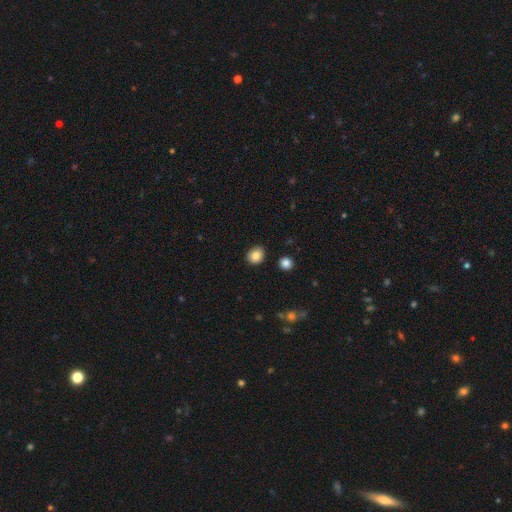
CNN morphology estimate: The model was most divided on "how rounded": round: 71%, in between: 28%, cigar-shaped: 1%. More confident: merging — none (89%); smooth or featured — smooth (84%).